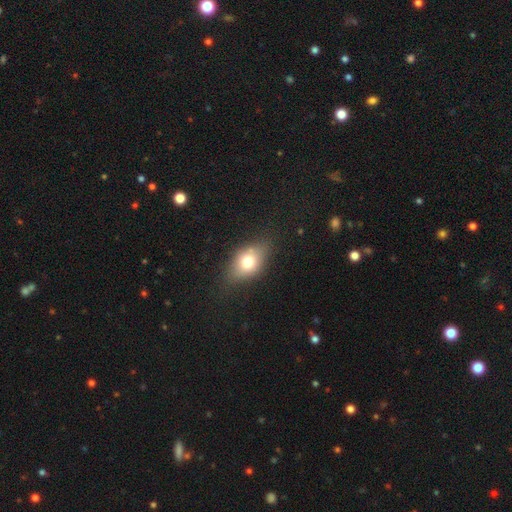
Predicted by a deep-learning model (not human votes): smooth_or_featured: smooth (p=0.66) [alt: star or artifact p=0.21]
how_rounded: in between (p=0.80) [alt: round p=0.16]
merging: none (p=0.87) [alt: minor disturbance p=0.08]